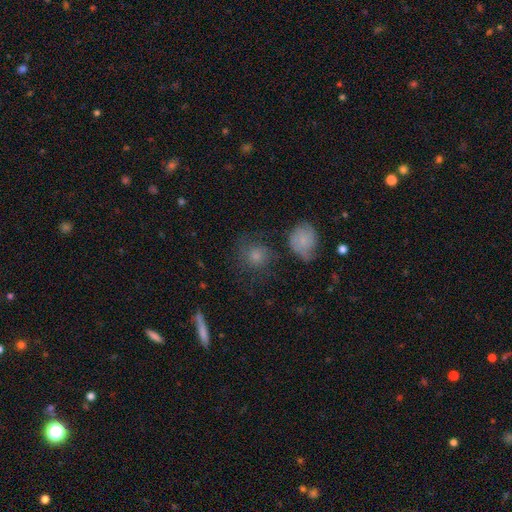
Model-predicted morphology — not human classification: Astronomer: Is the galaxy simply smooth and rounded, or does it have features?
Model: smooth — 52% (runner-up: featured or disk, 28%).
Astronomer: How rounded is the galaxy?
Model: round — 83%.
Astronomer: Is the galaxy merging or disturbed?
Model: none — 67%.